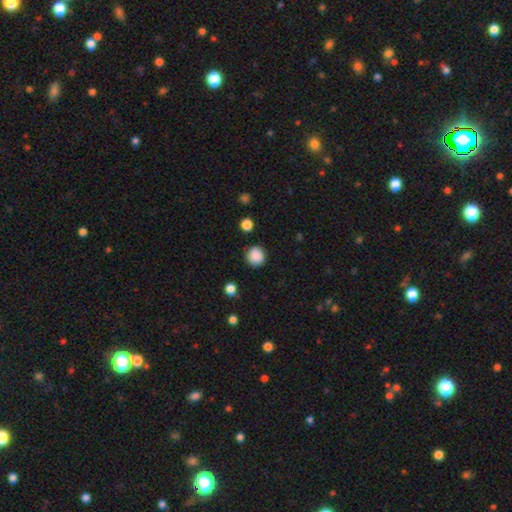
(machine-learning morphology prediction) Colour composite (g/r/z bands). It shows a smooth galaxy with no disk features (87%) that is round (91%). Merging: none (84%).